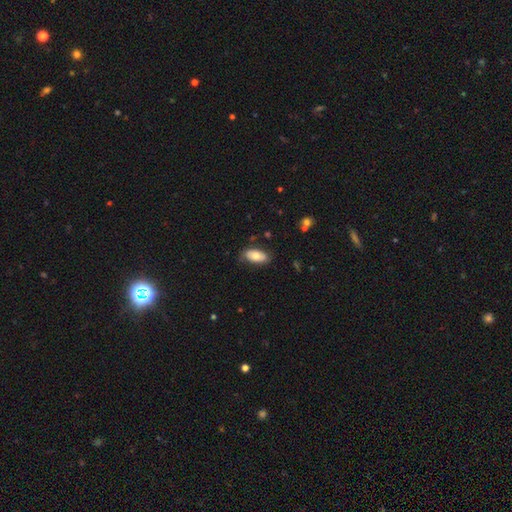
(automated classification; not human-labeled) A smooth galaxy with no disk features (72%) that is in between round and cigar-shaped (91%).

Vote fractions:
- Smooth or featured? smooth: 72% / featured or disk: 22% / star or artifact: 7%
- How rounded? in between: 91% / cigar-shaped: 6% / round: 3%
- Merging? none: 76% / minor disturbance: 19% / major disturbance: 4% / merger: 1%